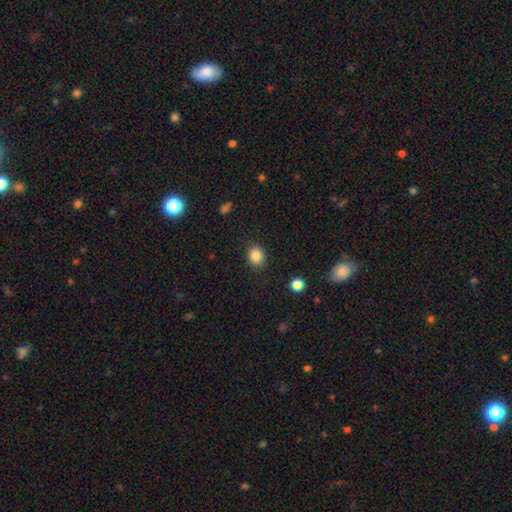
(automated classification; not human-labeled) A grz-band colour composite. It shows a smooth galaxy with no disk features (86%) that is round (64%). Merging: none (90%).